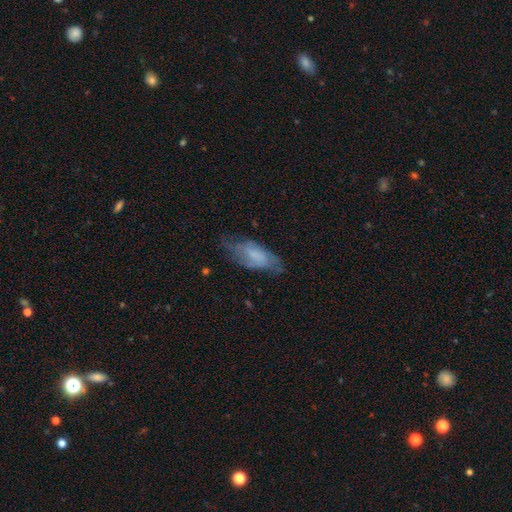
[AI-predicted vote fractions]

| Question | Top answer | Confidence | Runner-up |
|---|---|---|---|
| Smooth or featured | featured or disk | 50% | smooth (42%) |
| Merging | none | 54% | minor disturbance (29%) |